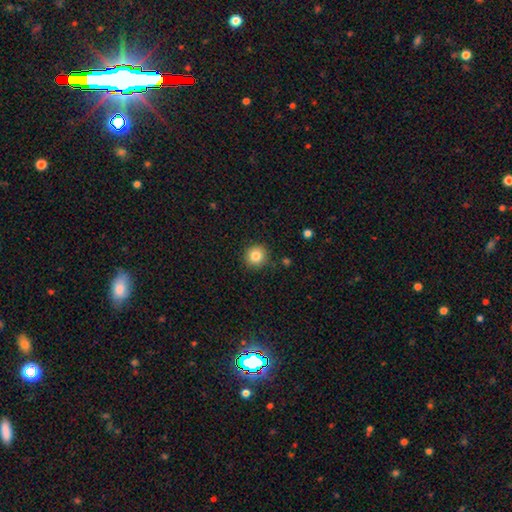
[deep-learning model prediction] Q: Smooth or featured?
A: smooth (83%); runner-up: star or artifact (10%)
Q: How rounded?
A: round (93%); runner-up: in between (6%)
Q: Merging?
A: none (90%); runner-up: minor disturbance (7%)